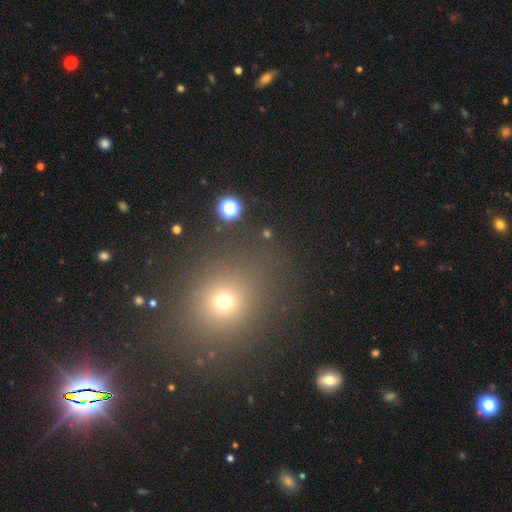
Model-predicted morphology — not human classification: A smooth galaxy with no disk features (51%) that is round (74%).

Vote fractions:
- Smooth or featured? smooth: 51% / star or artifact: 40% / featured or disk: 9%
- How rounded? round: 74% / in between: 24% / cigar-shaped: 1%
- Merging? none: 87% / minor disturbance: 7% / major disturbance: 3% / merger: 3%